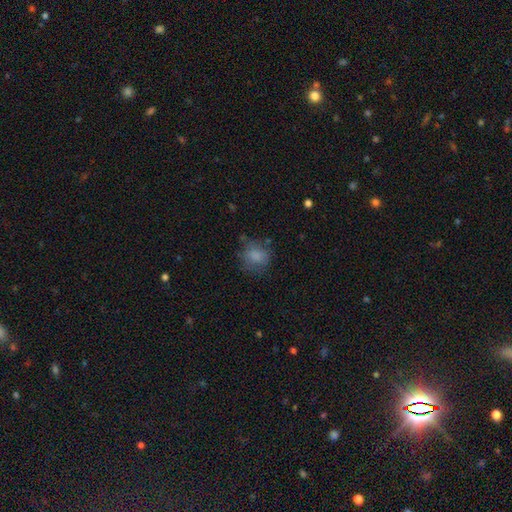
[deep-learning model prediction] Morphology: type=smooth (79%); roundness=round (70%); merging=none (66%).